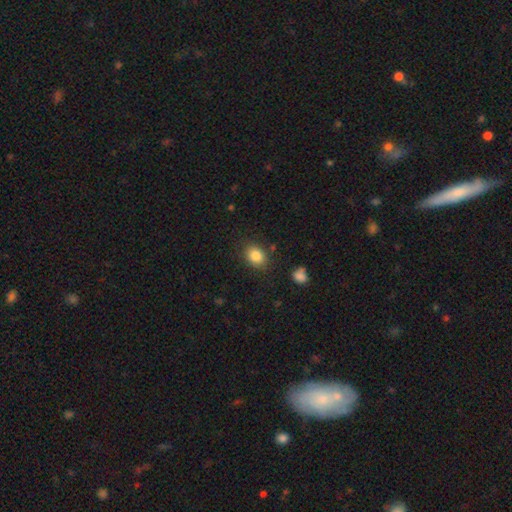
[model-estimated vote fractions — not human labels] Smooth or featured?
  - smooth: 85% *
  - star or artifact: 9%
  - featured or disk: 6%
How rounded?
  - in between: 64% *
  - round: 35%
  - cigar-shaped: 1%
Merging?
  - none: 82% *
  - minor disturbance: 12%
  - major disturbance: 3%
  - merger: 3%